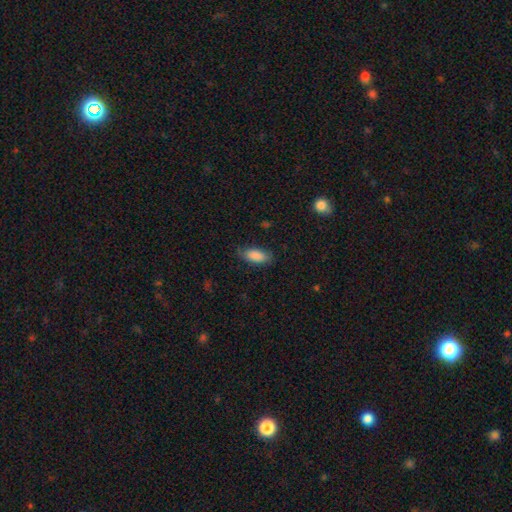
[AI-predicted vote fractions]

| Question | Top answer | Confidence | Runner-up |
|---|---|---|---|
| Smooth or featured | smooth | 87% | featured or disk (6%) |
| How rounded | in between | 86% | cigar-shaped (12%) |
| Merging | none | 78% | minor disturbance (17%) |